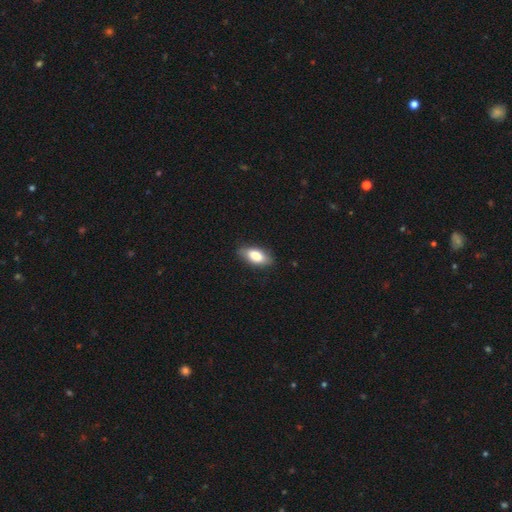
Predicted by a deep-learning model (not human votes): Smooth or featured? Predicted: smooth (p=0.79). How rounded? Predicted: in between (p=0.86). Merging? Predicted: none (p=0.81).